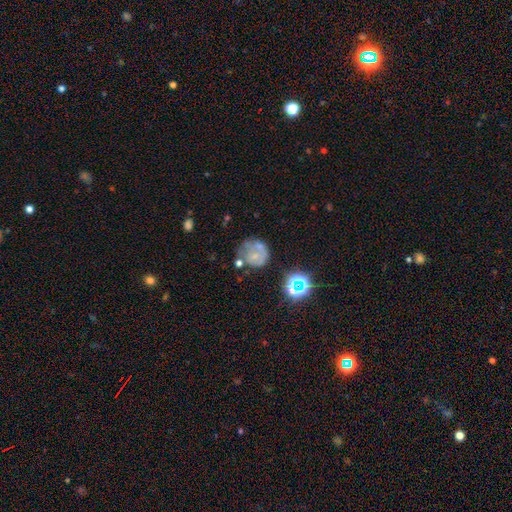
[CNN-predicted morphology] A smooth galaxy with no disk features (48%). Merging: none (44%).